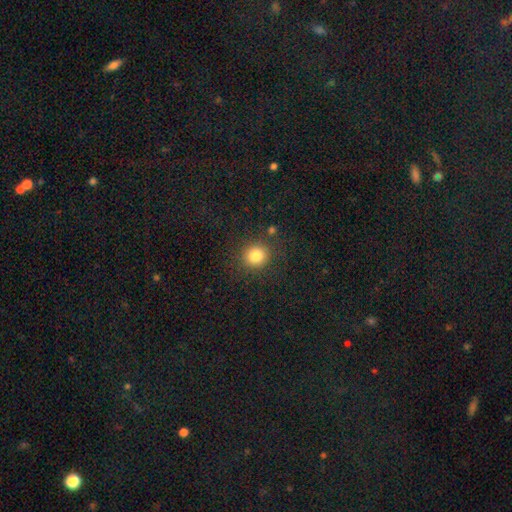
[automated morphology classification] Smooth or featured: smooth — 82% (star or artifact — 12%)
How rounded: round — 85% (in between — 14%)
Merging: none — 86% (minor disturbance — 8%)